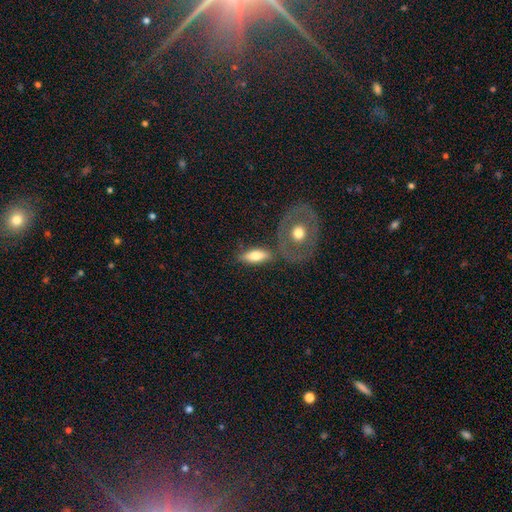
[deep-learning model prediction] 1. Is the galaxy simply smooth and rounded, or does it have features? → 66% smooth, 28% featured or disk, 6% star or artifact.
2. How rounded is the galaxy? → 69% in between, 26% cigar-shaped, 5% round.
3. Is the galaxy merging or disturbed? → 67% none, 14% minor disturbance, 13% merger, 5% major disturbance.